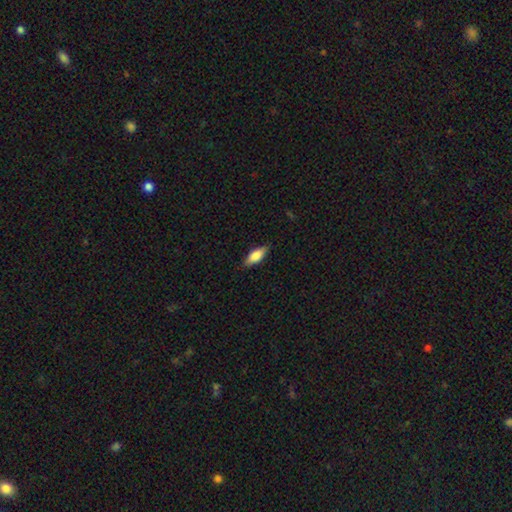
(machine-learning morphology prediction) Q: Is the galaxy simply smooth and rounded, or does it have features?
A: smooth — 76%.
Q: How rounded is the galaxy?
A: in between — 74%.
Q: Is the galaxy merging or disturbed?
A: none — 84%.